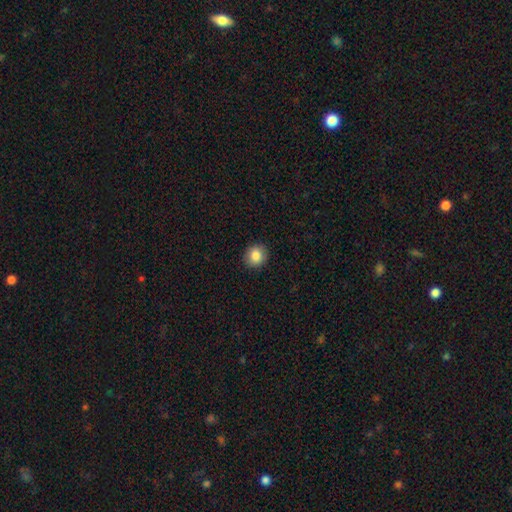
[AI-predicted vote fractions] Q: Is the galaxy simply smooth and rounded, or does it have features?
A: smooth — 84%.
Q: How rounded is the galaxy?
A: round — 84%.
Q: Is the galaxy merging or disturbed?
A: none — 91%.